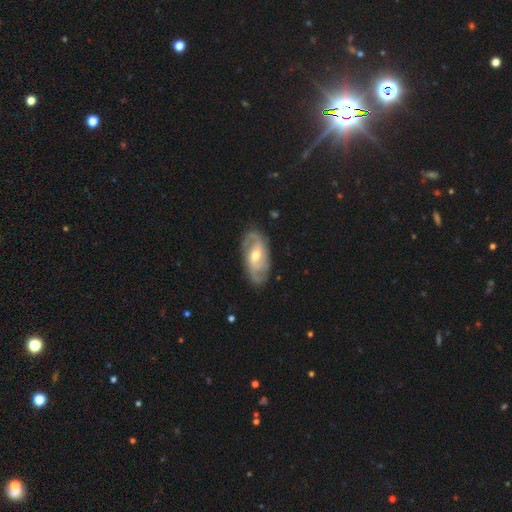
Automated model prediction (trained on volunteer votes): This is clearly a featured or disk galaxy (84%). It is clearly not viewed edge-on (95%). Bar: marginally weak (44%). Spiral arm pattern: clearly yes (95%). Spiral arm count: likely 2 (61%). Spiral winding: marginally medium (44%). Central bulge: likely moderate (63%). Merging: clearly none (80%).